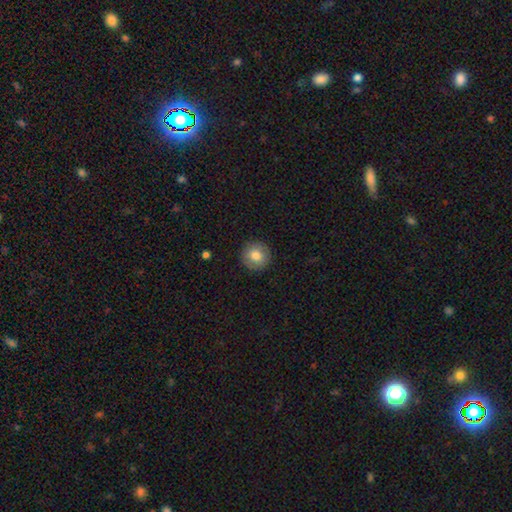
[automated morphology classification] Smooth or featured? Predicted: smooth (p=0.78). How rounded? Predicted: round (p=0.95). Merging? Predicted: none (p=0.90).